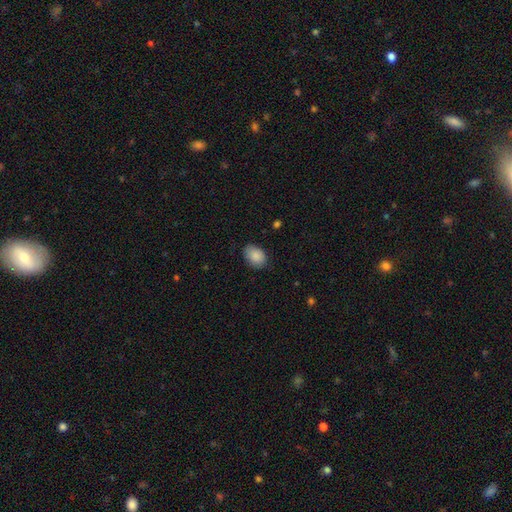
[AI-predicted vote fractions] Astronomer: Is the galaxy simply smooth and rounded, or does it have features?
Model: smooth — 88%.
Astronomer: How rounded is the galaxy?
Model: in between — 77%.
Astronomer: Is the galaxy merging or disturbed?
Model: none — 80%.